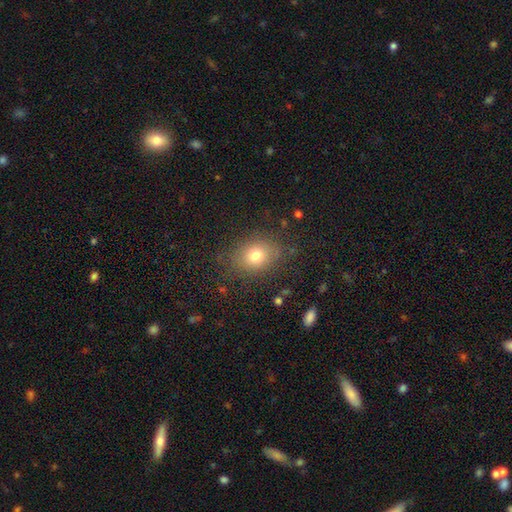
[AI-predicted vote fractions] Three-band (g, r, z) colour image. It shows a smooth galaxy with no disk features (76%) that is in between round and cigar-shaped (60%). Merging: none (80%).